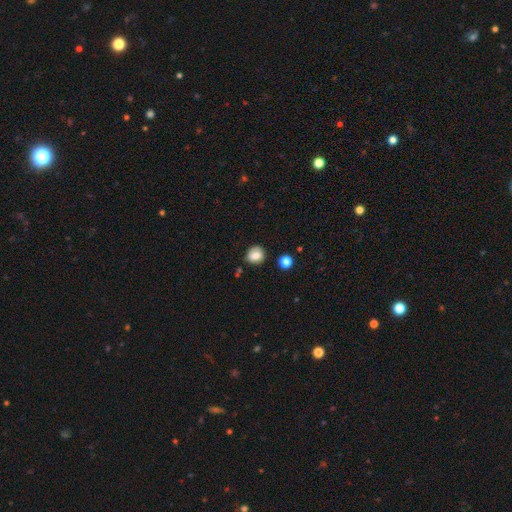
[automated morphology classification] Smooth or featured? smooth (79%)
How rounded? round (71%)
Merging? none (76%)